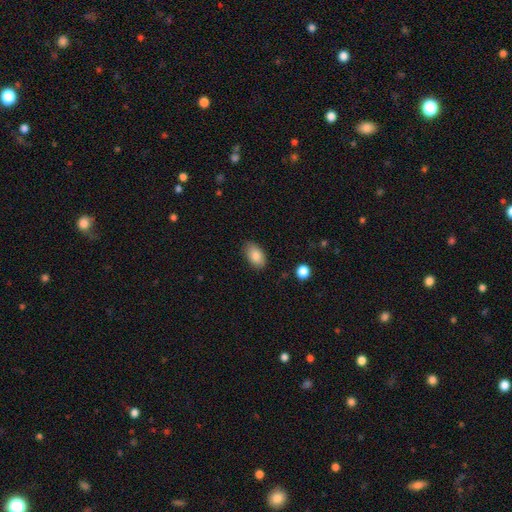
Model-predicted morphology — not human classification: Smooth or featured? Predicted: smooth (p=0.84). How rounded? Predicted: in between (p=0.92). Merging? Predicted: none (p=0.82).